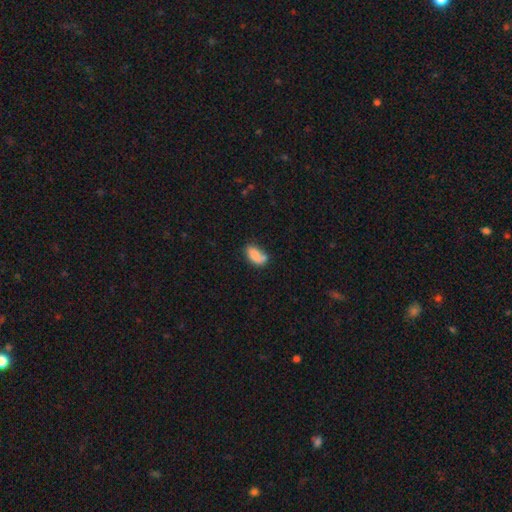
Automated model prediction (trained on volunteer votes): Overall: smooth (78%). How rounded: in between (90%). Merging: none (46%; minor disturbance 24%).